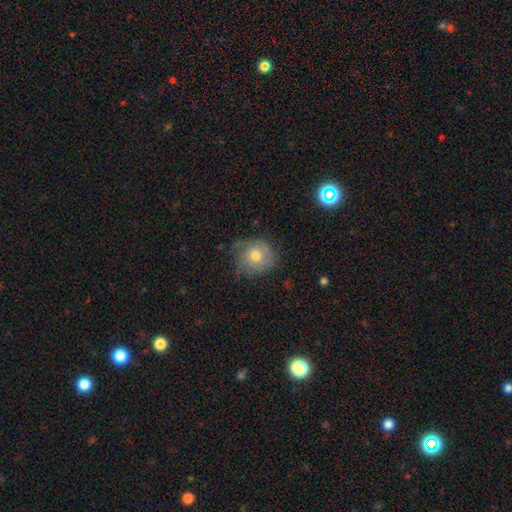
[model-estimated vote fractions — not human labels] A smooth galaxy with no disk features (65%) that is round (83%).

Vote fractions:
- Smooth or featured? smooth: 65% / featured or disk: 26% / star or artifact: 9%
- How rounded? round: 83% / in between: 16% / cigar-shaped: 1%
- Merging? none: 60% / minor disturbance: 28% / major disturbance: 10% / merger: 1%